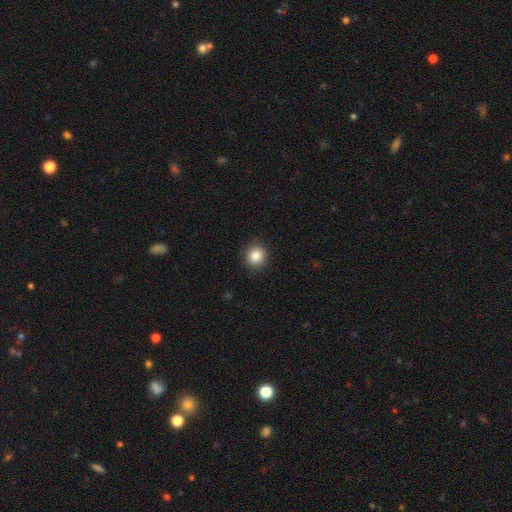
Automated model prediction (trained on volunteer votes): This is clearly a smooth galaxy (85%). How rounded: clearly round (85%). Merging: clearly none (90%).